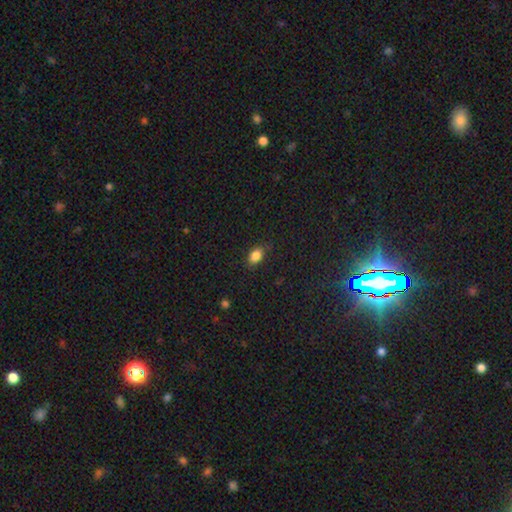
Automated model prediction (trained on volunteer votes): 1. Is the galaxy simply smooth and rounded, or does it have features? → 85% smooth, 10% star or artifact, 5% featured or disk.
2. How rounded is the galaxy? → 84% in between, 14% round, 2% cigar-shaped.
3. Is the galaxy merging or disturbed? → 82% none, 14% minor disturbance, 3% major disturbance, 1% merger.